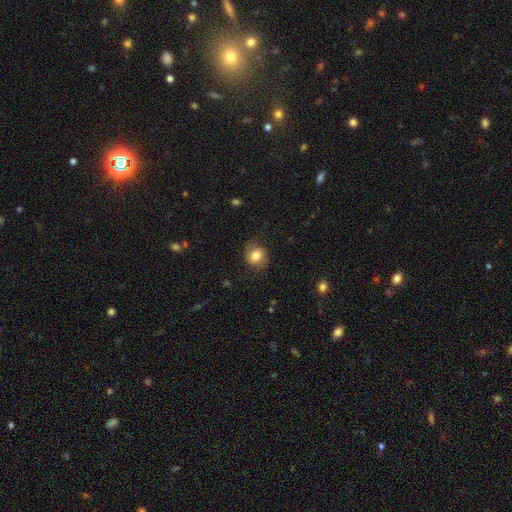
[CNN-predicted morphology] The model was most divided on "how rounded": round: 71%, in between: 28%, cigar-shaped: 1%. More confident: smooth or featured — smooth (72%); merging — none (72%).